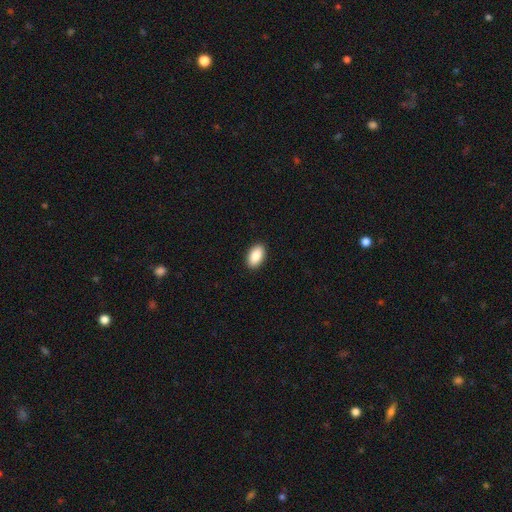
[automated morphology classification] Smooth or featured? smooth (88%)
How rounded? in between (93%)
Merging? none (91%)